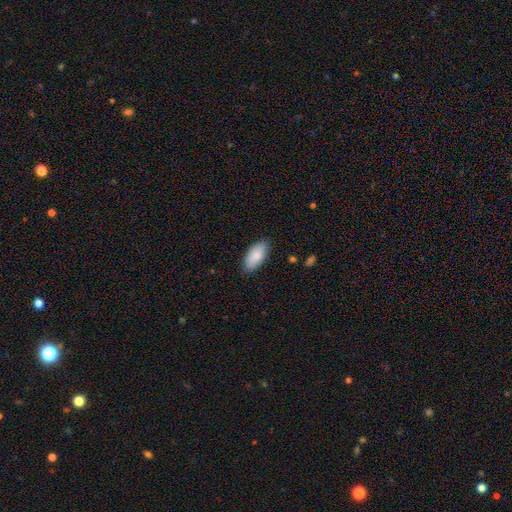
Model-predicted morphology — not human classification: Overall: smooth (82%). How rounded: in between (92%). Merging: none (85%).